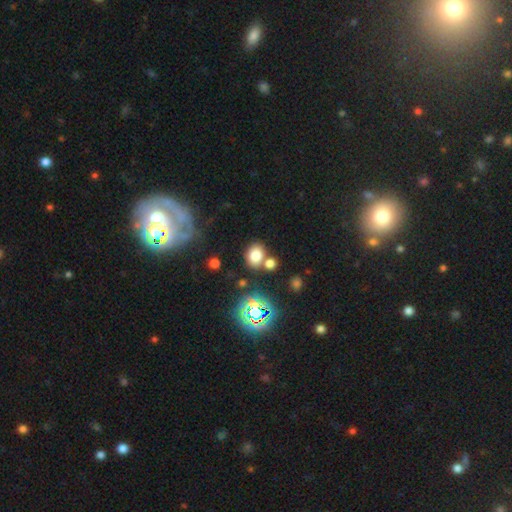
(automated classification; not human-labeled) This appears to be a smooth galaxy with no disk features (73%) that is in between round and cigar-shaped (55%). Merging: none (64%).